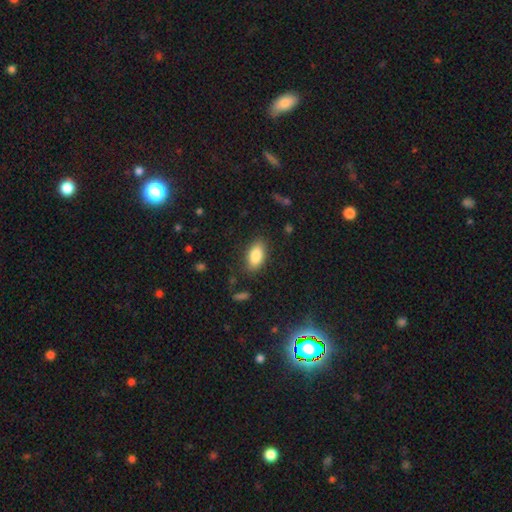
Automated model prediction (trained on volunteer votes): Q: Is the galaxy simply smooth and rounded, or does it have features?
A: smooth — 85%.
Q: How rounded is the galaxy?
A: in between — 90%.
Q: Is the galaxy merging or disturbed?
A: none — 84%.